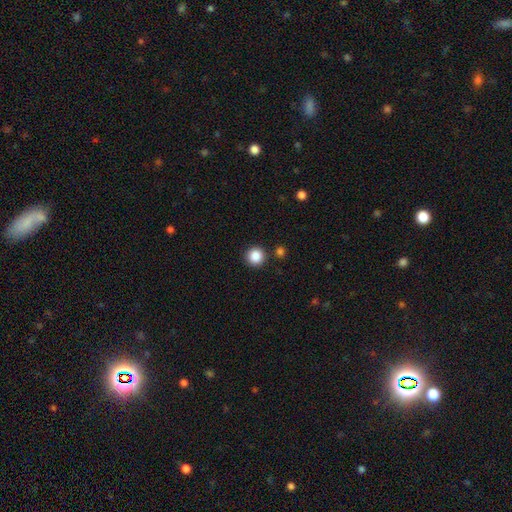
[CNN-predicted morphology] The model was most divided on "smooth or featured": smooth: 87%, star or artifact: 10%, featured or disk: 3%. More confident: how rounded — round (95%); merging — none (88%).